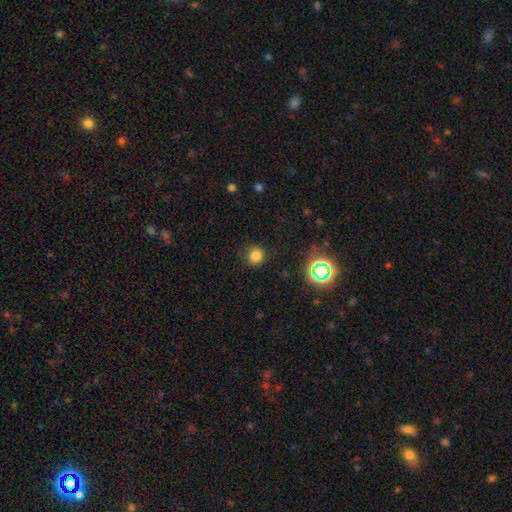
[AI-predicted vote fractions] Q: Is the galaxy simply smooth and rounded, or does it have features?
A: smooth — 79%.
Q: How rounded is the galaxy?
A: round — 89%.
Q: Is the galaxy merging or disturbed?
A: none — 84%.